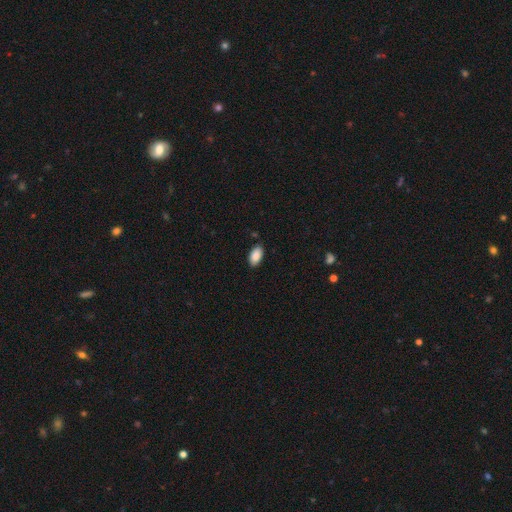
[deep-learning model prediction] The model was most divided on "merging": none: 86%, minor disturbance: 11%, major disturbance: 2%, merger: 1%. More confident: how rounded — in between (94%); smooth or featured — smooth (90%).